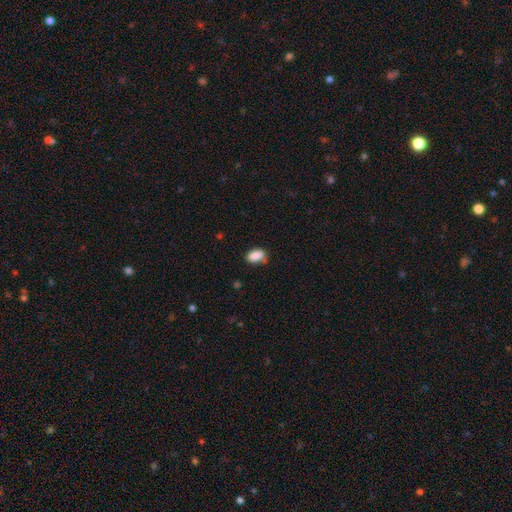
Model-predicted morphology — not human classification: A smooth galaxy with no disk features (87%) that is in between round and cigar-shaped (88%).

Vote fractions:
- Smooth or featured? smooth: 87% / star or artifact: 8% / featured or disk: 4%
- How rounded? in between: 88% / round: 10% / cigar-shaped: 2%
- Merging? none: 67% / minor disturbance: 24% / major disturbance: 5% / merger: 5%